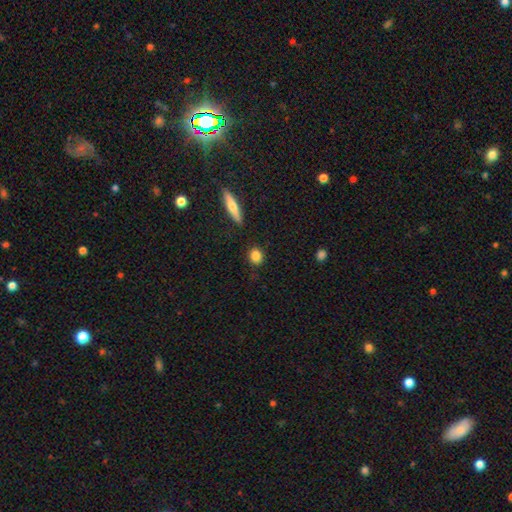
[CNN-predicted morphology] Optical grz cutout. It shows a smooth galaxy with no disk features (85%) that is round (71%). Merging: none (86%).